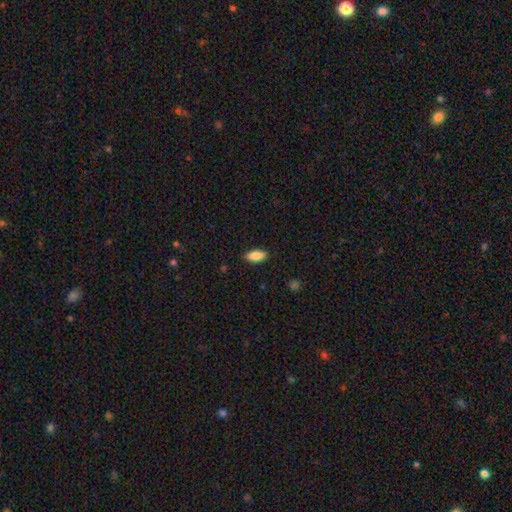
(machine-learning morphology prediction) Smooth or featured: smooth — 85% (featured or disk — 8%)
How rounded: in between — 87% (cigar-shaped — 10%)
Merging: none — 87% (minor disturbance — 10%)